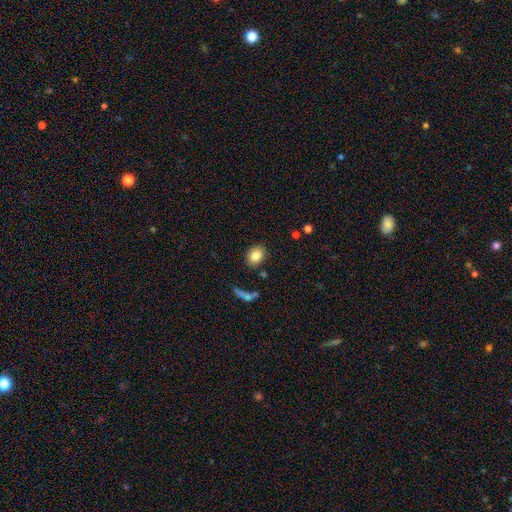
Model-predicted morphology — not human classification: smooth-or-featured: smooth: 83% | star or artifact: 9% | featured or disk: 9%
  how-rounded: in between: 59% | round: 40% | cigar-shaped: 1%
  merging: none: 85% | minor disturbance: 9% | merger: 3% | major disturbance: 3%